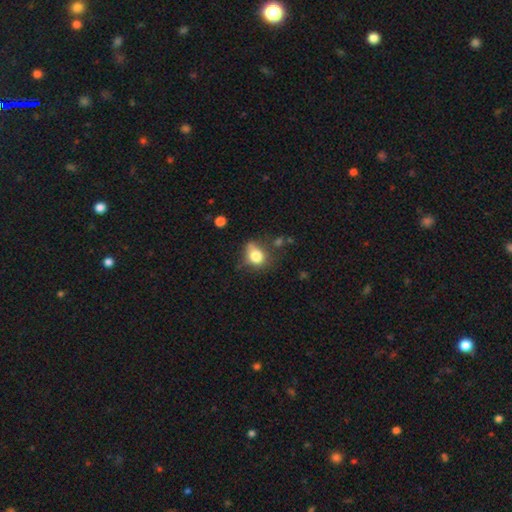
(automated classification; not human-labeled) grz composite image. It shows a smooth galaxy with no disk features (79%) that is round (54%). Merging: none (50%).